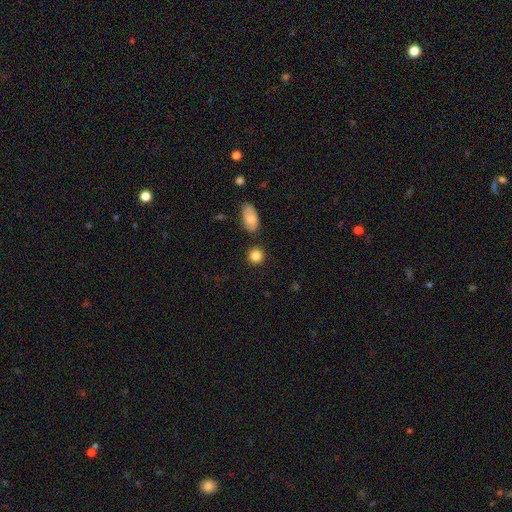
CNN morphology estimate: type=smooth (85%); roundness=round (86%); merging=none (84%).